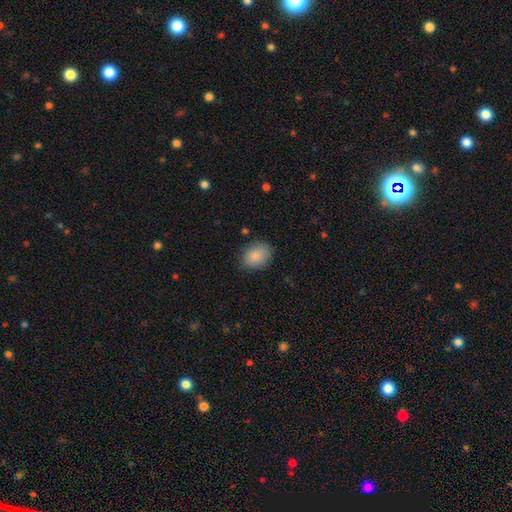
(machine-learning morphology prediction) The model was most divided on "how rounded": in between: 65%, round: 34%, cigar-shaped: 1%. More confident: smooth or featured — smooth (88%); merging — none (81%).